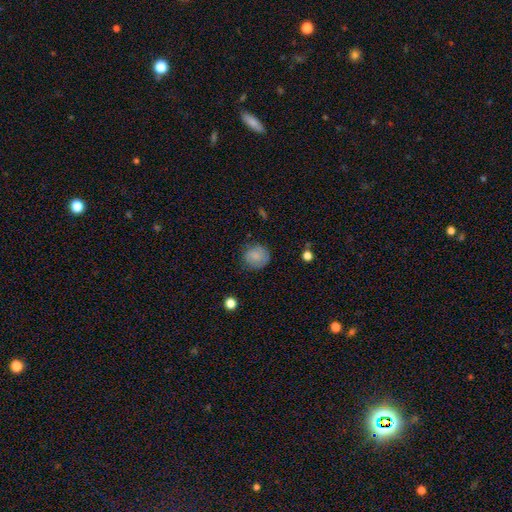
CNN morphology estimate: A smooth galaxy with no disk features (82%) that is round (88%). Merging: none (77%).